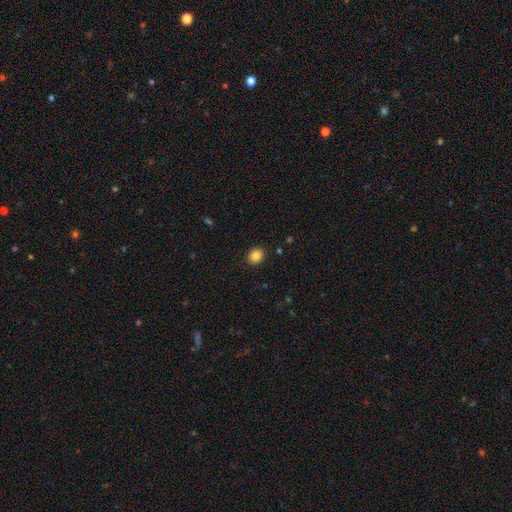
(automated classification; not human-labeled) Smooth or featured?
  - smooth: 85% *
  - star or artifact: 10%
  - featured or disk: 5%
How rounded?
  - round: 66% *
  - in between: 33%
  - cigar-shaped: 1%
Merging?
  - none: 89% *
  - minor disturbance: 8%
  - major disturbance: 2%
  - merger: 1%